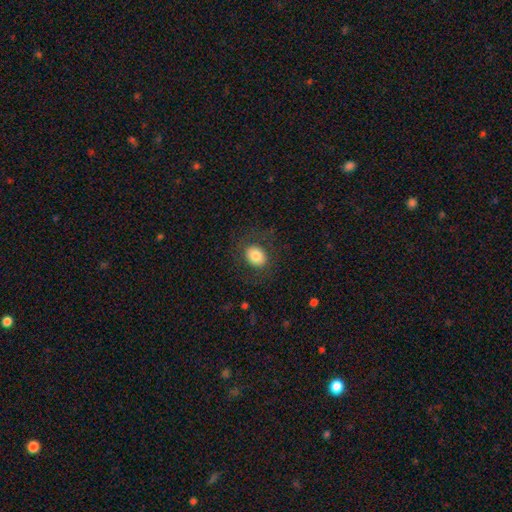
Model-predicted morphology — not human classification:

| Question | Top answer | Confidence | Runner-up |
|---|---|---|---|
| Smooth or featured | smooth | 80% | featured or disk (11%) |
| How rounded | in between | 53% | round (46%) |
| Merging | none | 80% | minor disturbance (11%) |